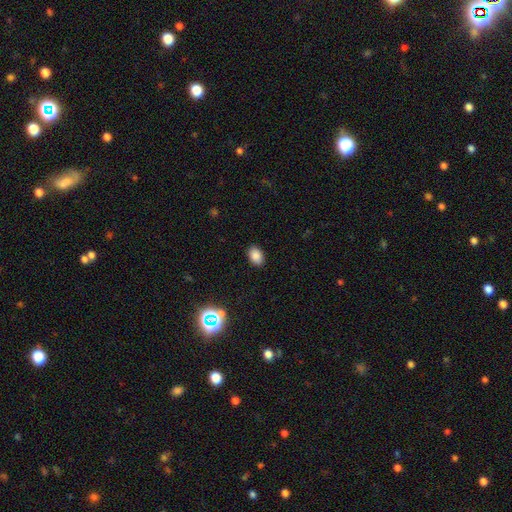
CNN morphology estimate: Overall: smooth (85%). How rounded: in between (82%). Merging: none (89%).